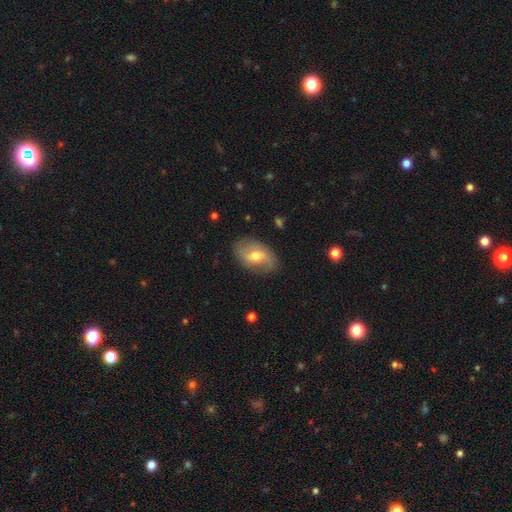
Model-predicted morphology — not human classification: The model was most divided on "bar": weak: 50%, no: 32%, strong: 17%. More confident: edge-on disk — no (94%); merging — none (80%); spiral arms — yes (78%); bulge size — moderate (64%); smooth or featured — featured or disk (59%).